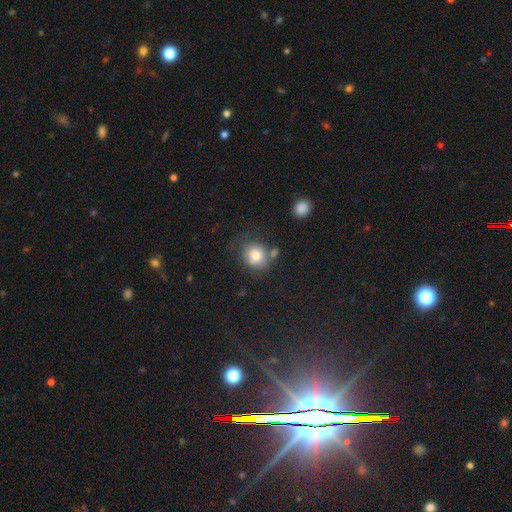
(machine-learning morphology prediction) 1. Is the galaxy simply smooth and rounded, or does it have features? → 77% smooth, 12% featured or disk, 10% star or artifact.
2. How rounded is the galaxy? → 78% round, 21% in between, 1% cigar-shaped.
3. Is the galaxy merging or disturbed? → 58% none, 19% minor disturbance, 15% merger, 8% major disturbance.